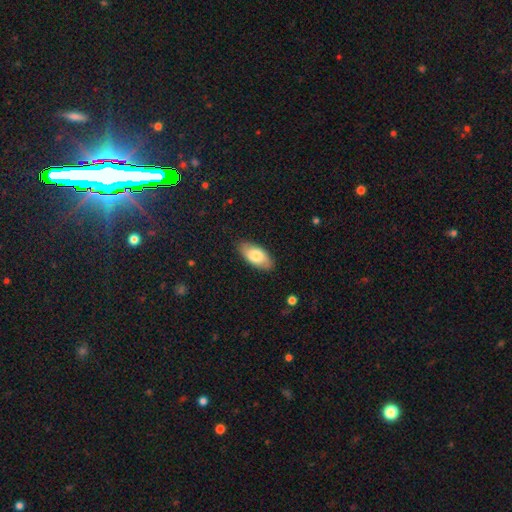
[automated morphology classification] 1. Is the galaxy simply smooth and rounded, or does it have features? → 77% smooth, 17% featured or disk, 6% star or artifact.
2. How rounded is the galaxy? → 93% in between, 5% cigar-shaped, 2% round.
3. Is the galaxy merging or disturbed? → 85% none, 11% minor disturbance, 2% major disturbance, 1% merger.